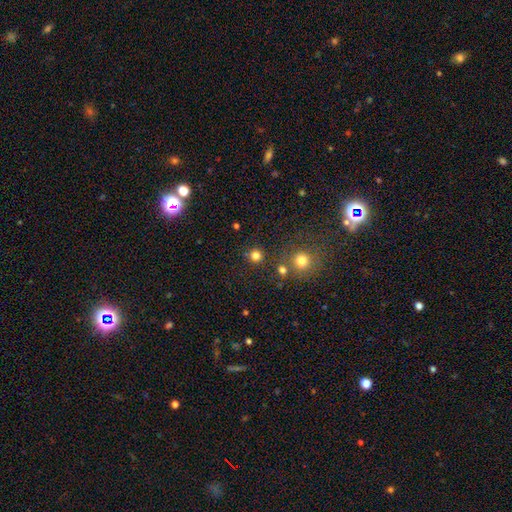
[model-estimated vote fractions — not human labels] Smooth or featured? smooth (78%)
How rounded? round (95%)
Merging? none (84%)